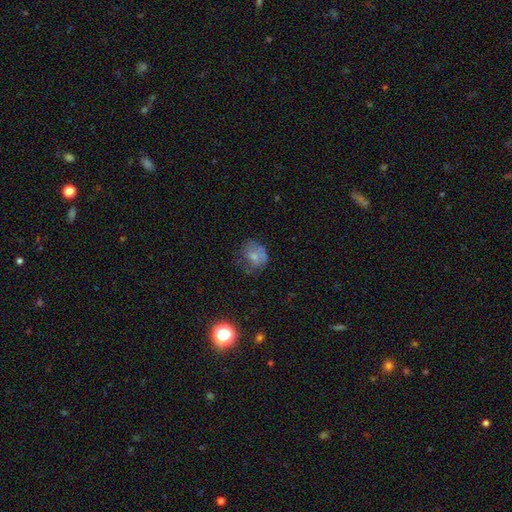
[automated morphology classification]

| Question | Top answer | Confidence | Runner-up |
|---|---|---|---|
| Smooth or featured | smooth | 63% | featured or disk (25%) |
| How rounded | round | 63% | in between (37%) |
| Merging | none | 45% | minor disturbance (29%) |